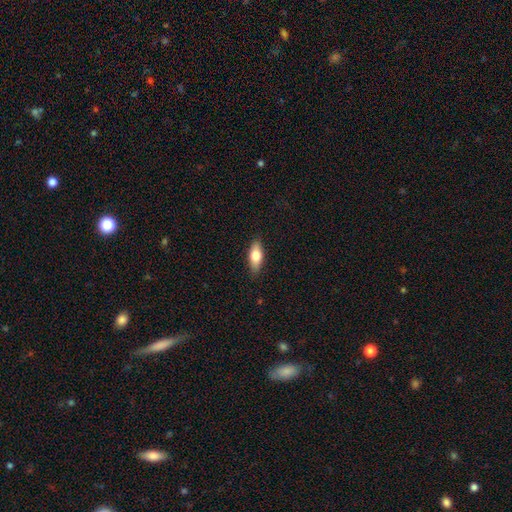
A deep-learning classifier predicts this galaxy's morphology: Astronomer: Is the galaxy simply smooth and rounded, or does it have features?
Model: smooth — 72%.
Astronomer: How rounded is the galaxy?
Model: in between — 77%.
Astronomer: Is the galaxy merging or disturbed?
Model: none — 87%.